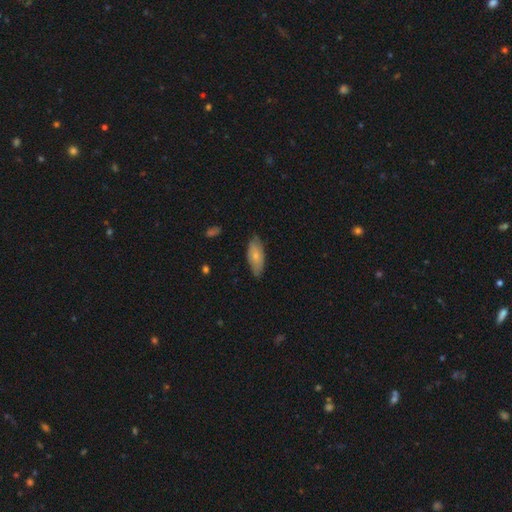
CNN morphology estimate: Smooth or featured? smooth (72%)
How rounded? in between (84%)
Merging? none (75%)